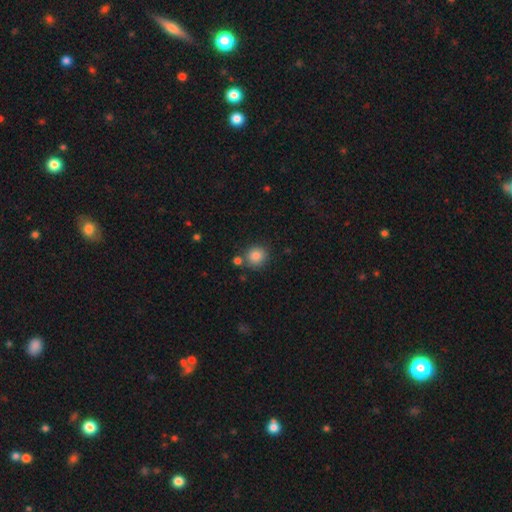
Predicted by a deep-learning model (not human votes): This appears to be a smooth galaxy with no disk features (83%) that is round (87%). Merging: none (75%).